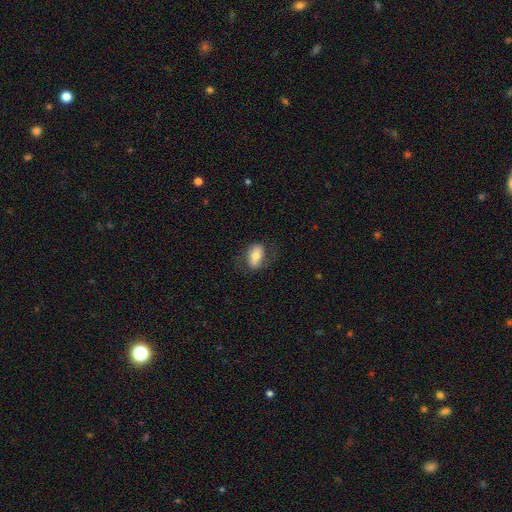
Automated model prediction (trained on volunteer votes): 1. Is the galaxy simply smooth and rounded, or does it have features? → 61% smooth, 32% featured or disk, 8% star or artifact.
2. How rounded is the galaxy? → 86% in between, 12% round, 2% cigar-shaped.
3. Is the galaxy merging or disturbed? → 64% none, 21% minor disturbance, 13% major disturbance, 1% merger.